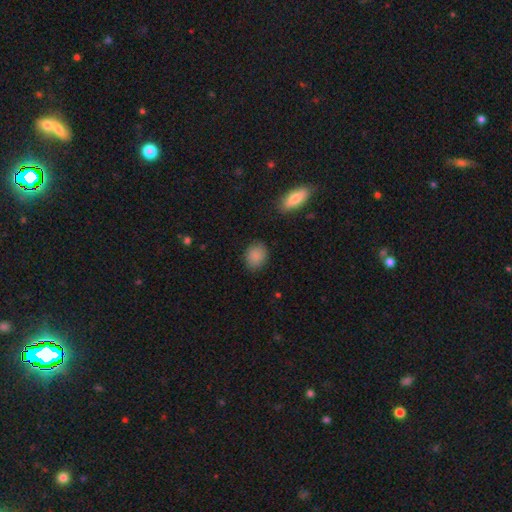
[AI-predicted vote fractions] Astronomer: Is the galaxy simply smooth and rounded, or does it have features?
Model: smooth — 86%.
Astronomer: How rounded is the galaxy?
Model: in between — 55% (runner-up: round, 44%).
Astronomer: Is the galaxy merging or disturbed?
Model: none — 84%.